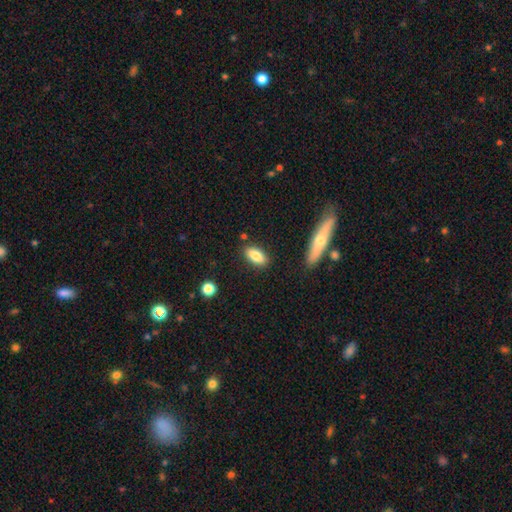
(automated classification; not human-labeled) Overall: smooth (82%). How rounded: in between (84%). Merging: none (84%).